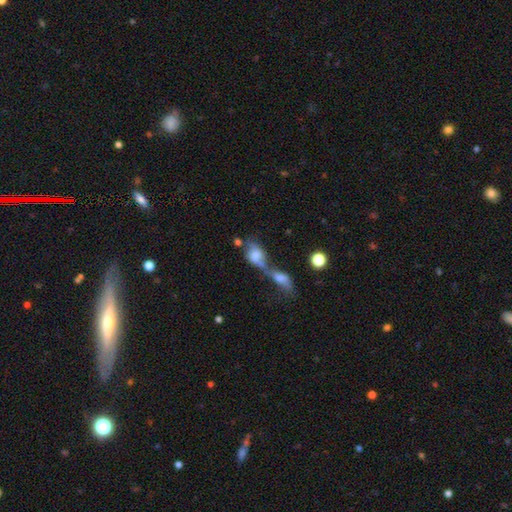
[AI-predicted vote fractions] A smooth galaxy with no disk features (62%) that is in between round and cigar-shaped (78%).

Vote fractions:
- Smooth or featured? smooth: 62% / featured or disk: 28% / star or artifact: 10%
- How rounded? in between: 78% / round: 17% / cigar-shaped: 5%
- Merging? merger: 77% / major disturbance: 9% / none: 9% / minor disturbance: 5%